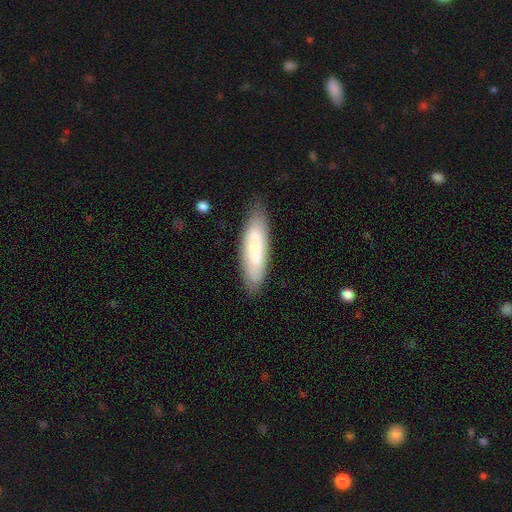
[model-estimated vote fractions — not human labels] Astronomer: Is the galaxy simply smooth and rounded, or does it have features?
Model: smooth — 68%.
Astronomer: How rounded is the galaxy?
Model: cigar-shaped — 65%.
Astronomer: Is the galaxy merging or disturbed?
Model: none — 83%.